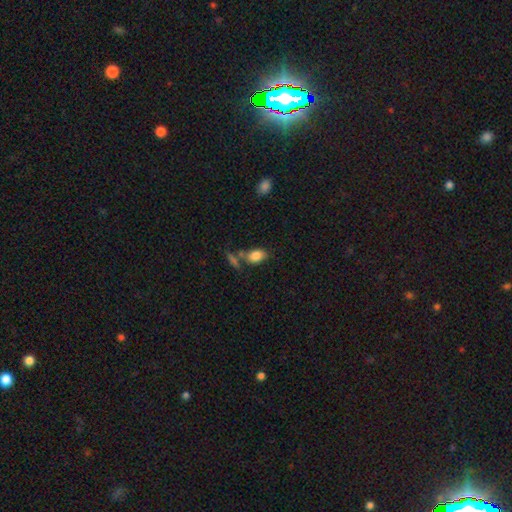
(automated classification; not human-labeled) Q: Smooth or featured?
A: smooth (83%); runner-up: featured or disk (8%)
Q: How rounded?
A: in between (84%); runner-up: round (13%)
Q: Merging?
A: none (55%); runner-up: merger (23%)